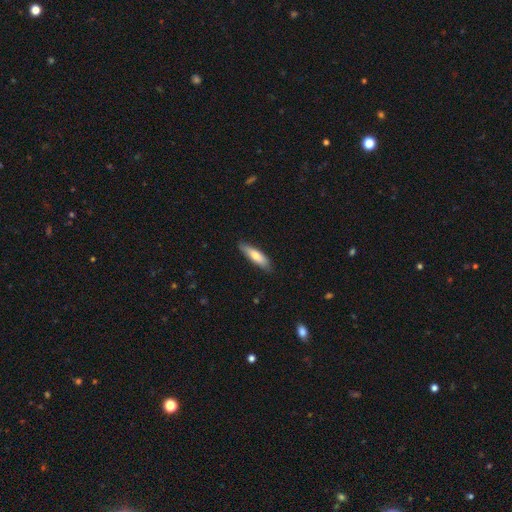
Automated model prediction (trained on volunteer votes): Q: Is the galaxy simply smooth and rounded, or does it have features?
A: smooth — 69%.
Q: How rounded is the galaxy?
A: cigar-shaped — 66%.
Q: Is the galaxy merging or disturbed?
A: none — 82%.